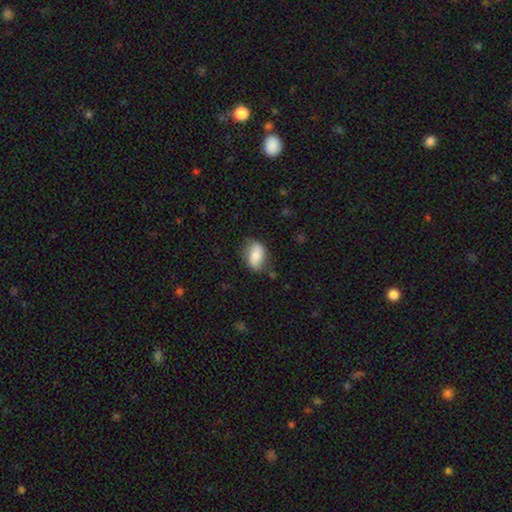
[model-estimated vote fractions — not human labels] A smooth galaxy with no disk features (68%) that is in between round and cigar-shaped (88%).

Vote fractions:
- Smooth or featured? smooth: 68% / featured or disk: 24% / star or artifact: 7%
- How rounded? in between: 88% / round: 10% / cigar-shaped: 2%
- Merging? none: 66% / minor disturbance: 25% / major disturbance: 7% / merger: 2%